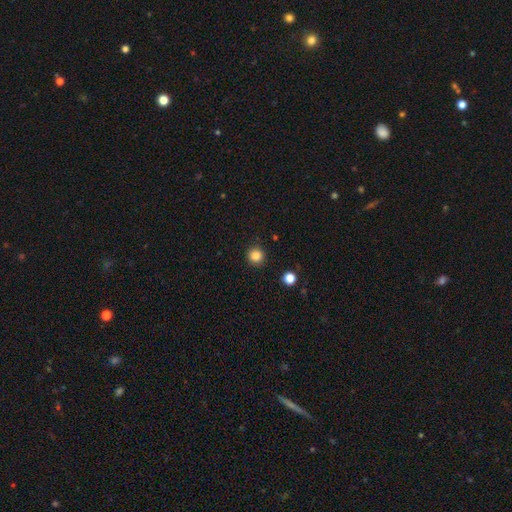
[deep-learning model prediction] This appears to be a smooth galaxy with no disk features (84%) that is round (95%). Merging: none (92%).